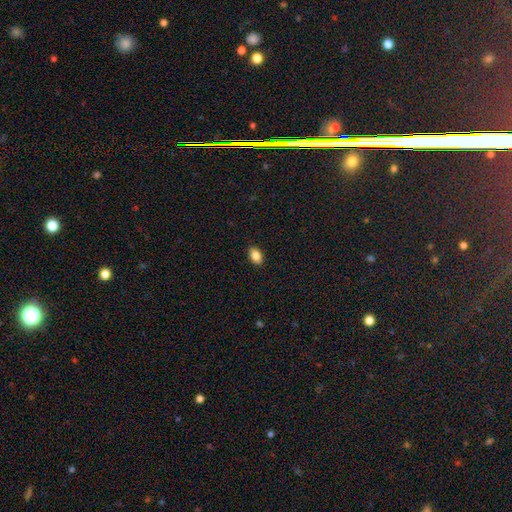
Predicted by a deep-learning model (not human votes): A smooth galaxy with no disk features (86%) that is in between round and cigar-shaped (89%). Merging: none (89%).